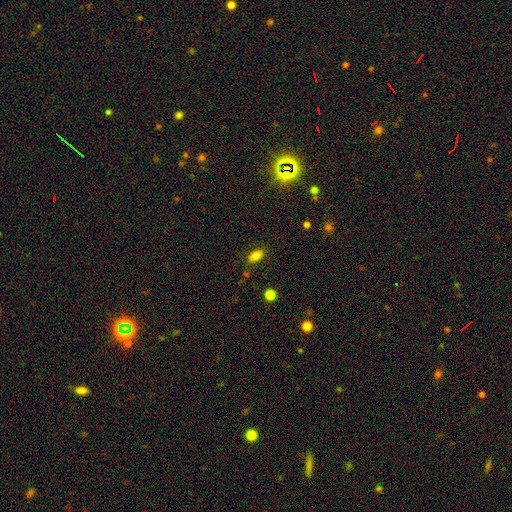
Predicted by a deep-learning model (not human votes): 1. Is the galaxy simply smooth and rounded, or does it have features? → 80% smooth, 12% star or artifact, 8% featured or disk.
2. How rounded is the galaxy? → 88% in between, 9% round, 3% cigar-shaped.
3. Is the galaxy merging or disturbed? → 78% none, 15% minor disturbance, 4% merger, 4% major disturbance.